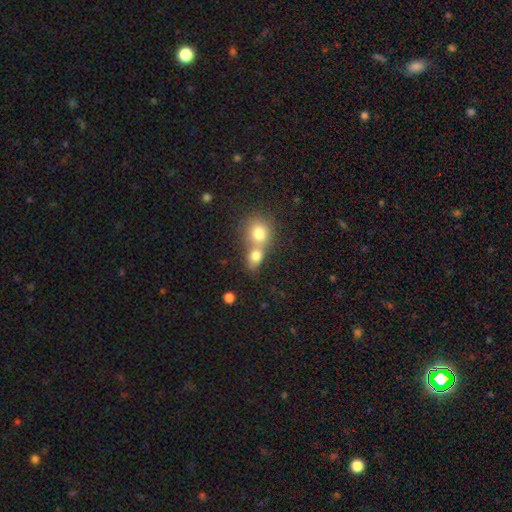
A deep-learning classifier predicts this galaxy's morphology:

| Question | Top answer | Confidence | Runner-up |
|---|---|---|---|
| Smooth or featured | smooth | 78% | featured or disk (11%) |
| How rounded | in between | 52% | round (46%) |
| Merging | merger | 62% | none (29%) |